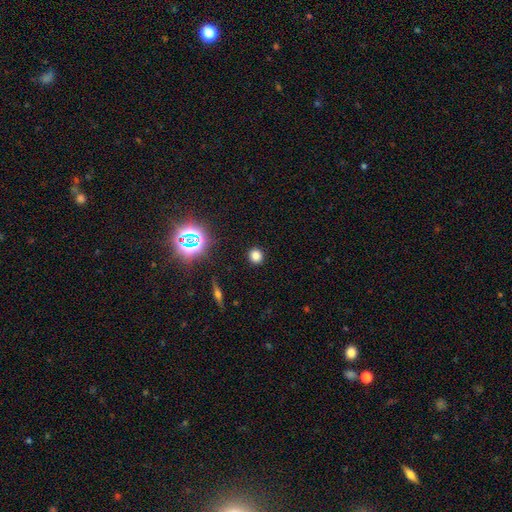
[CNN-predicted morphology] smooth 76%, star or artifact 18%, featured or disk 6%. Down the decision tree: how rounded — round (88%); merging — none (91%).